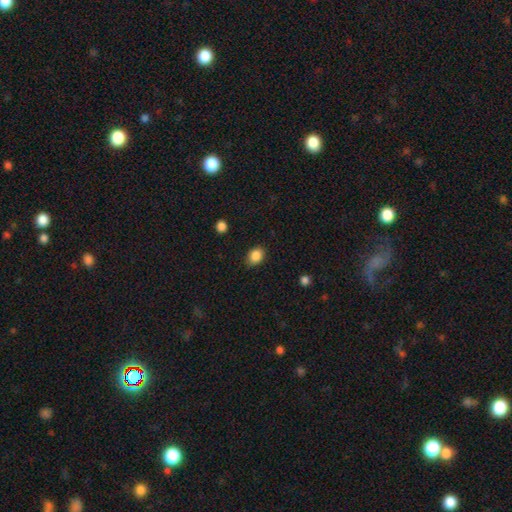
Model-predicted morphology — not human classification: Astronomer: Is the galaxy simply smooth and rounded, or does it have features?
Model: smooth — 87%.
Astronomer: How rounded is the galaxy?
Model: in between — 62%.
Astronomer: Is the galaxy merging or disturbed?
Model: none — 84%.